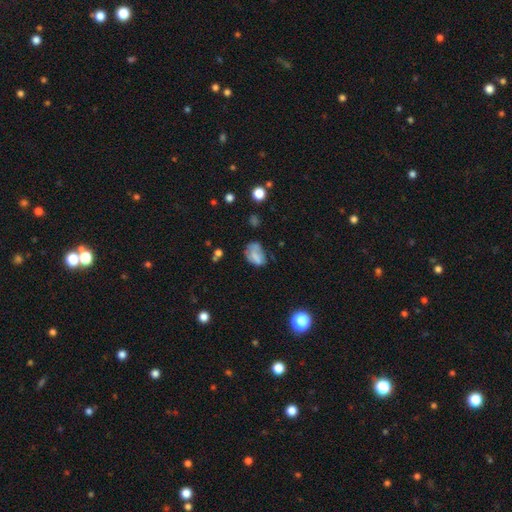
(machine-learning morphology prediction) Smooth or featured?
  - smooth: 64% *
  - featured or disk: 24%
  - star or artifact: 12%
How rounded?
  - in between: 81% *
  - round: 17%
  - cigar-shaped: 2%
Merging?
  - none: 41% *
  - minor disturbance: 34%
  - major disturbance: 20%
  - merger: 5%